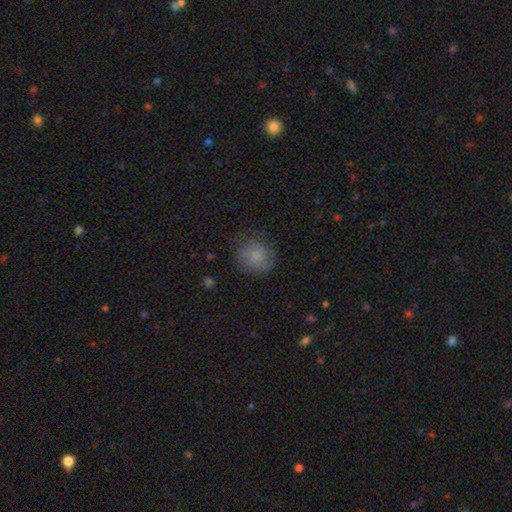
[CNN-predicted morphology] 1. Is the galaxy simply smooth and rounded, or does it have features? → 78% smooth, 13% featured or disk, 9% star or artifact.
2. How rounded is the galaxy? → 86% round, 13% in between, 1% cigar-shaped.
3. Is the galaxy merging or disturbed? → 73% none, 19% minor disturbance, 7% major disturbance, 1% merger.